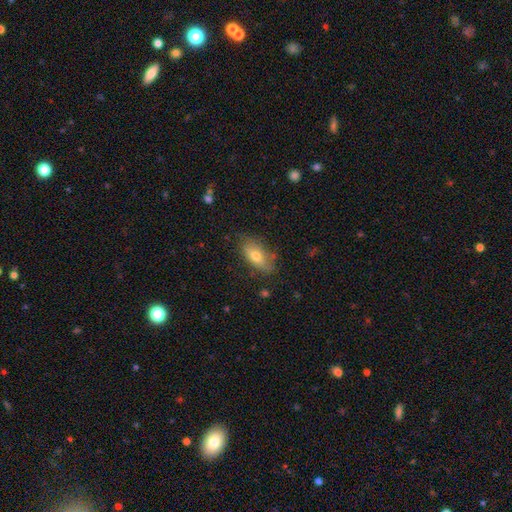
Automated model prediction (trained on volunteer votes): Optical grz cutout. It shows a smooth galaxy with no disk features (60%) that is in between round and cigar-shaped (78%). Merging: none (77%).